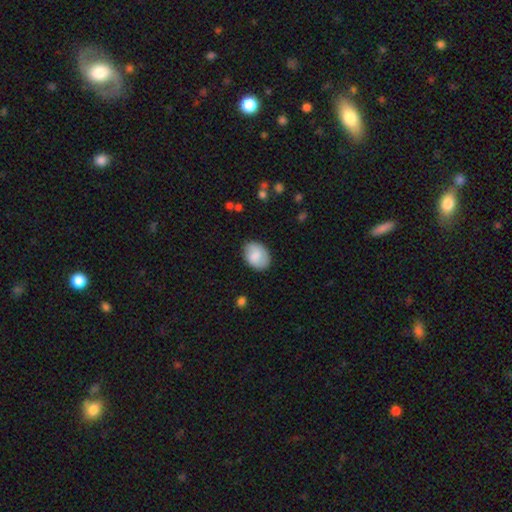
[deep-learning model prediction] Overall: smooth (77%). How rounded: in between (75%). Merging: none (79%).